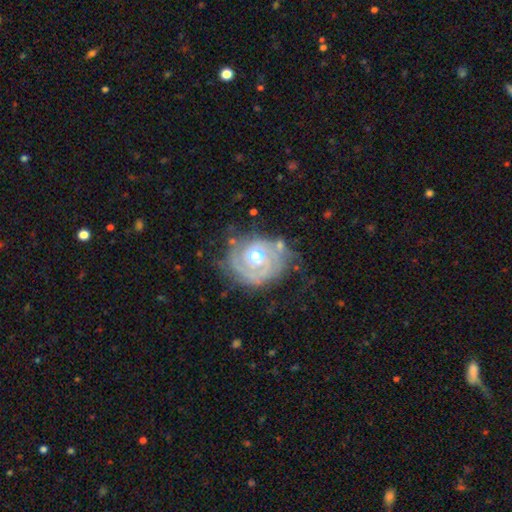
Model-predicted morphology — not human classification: Smooth or featured? featured or disk (72%)
Edge-on disk? no (97%)
Bar? no (83%)
Spiral arms? yes (71%)
Bulge size? moderate (72%)
Merging? none (59%)